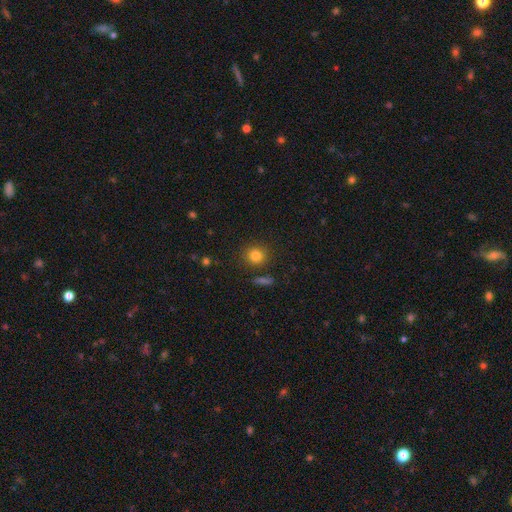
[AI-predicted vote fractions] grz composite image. It shows a smooth galaxy with no disk features (82%) that is round (88%). Merging: none (85%).